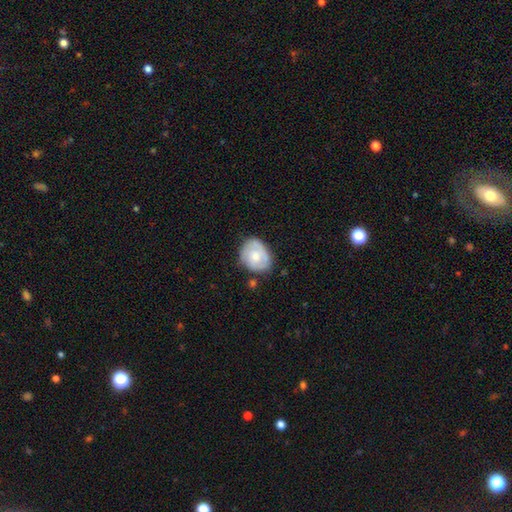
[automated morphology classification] smooth_or_featured: smooth (p=0.57) [alt: featured or disk p=0.36]
how_rounded: round (p=0.50) [tied with: in between p=0.50]
merging: none (p=0.64) [alt: minor disturbance p=0.26]